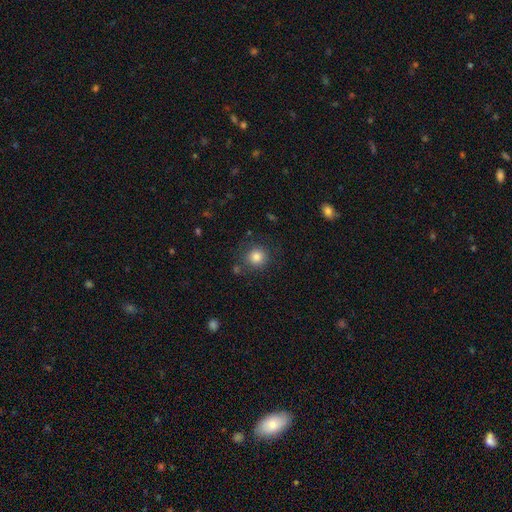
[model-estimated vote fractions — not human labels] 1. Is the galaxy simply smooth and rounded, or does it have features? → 82% smooth, 12% star or artifact, 6% featured or disk.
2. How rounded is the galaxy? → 92% round, 7% in between, 1% cigar-shaped.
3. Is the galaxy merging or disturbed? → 83% none, 10% minor disturbance, 4% merger, 4% major disturbance.